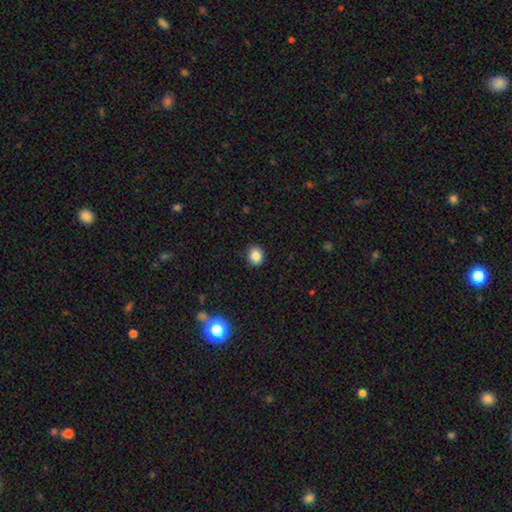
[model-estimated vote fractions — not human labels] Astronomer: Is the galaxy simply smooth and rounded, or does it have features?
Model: smooth — 85%.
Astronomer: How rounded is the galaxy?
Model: round — 70%.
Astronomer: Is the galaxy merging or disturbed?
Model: none — 90%.